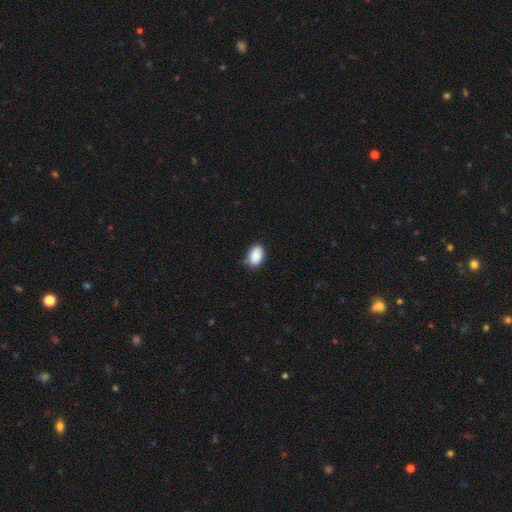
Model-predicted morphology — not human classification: smooth_or_featured: smooth (p=0.90) [alt: star or artifact p=0.07]
how_rounded: in between (p=0.88) [alt: round p=0.11]
merging: none (p=0.78) [alt: minor disturbance p=0.17]